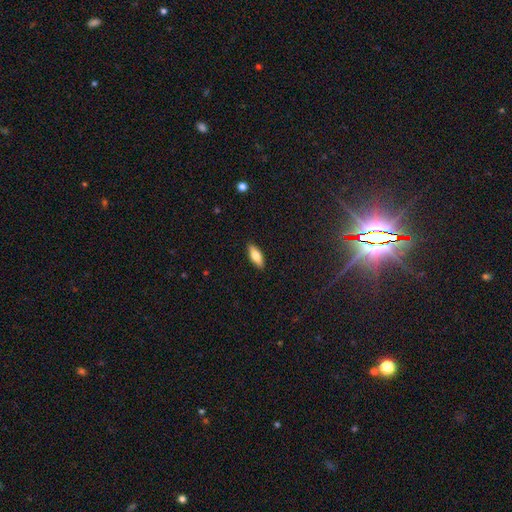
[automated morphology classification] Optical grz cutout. It shows a smooth galaxy with no disk features (74%) that is in between round and cigar-shaped (68%). Merging: none (89%).